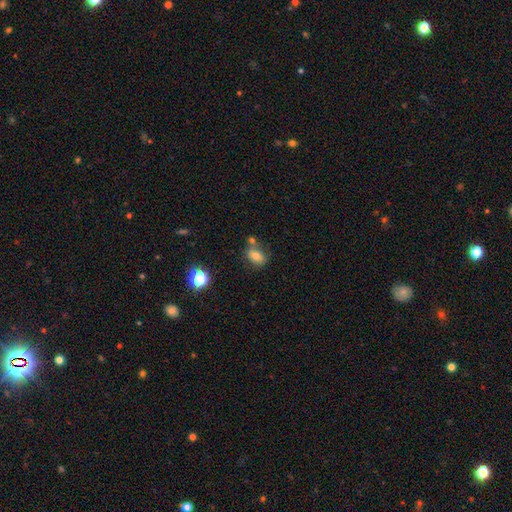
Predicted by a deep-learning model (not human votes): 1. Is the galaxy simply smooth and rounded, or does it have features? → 73% smooth, 14% featured or disk, 13% star or artifact.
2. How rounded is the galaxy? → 73% in between, 25% round, 2% cigar-shaped.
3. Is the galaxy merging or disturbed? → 57% none, 22% merger, 16% minor disturbance, 5% major disturbance.